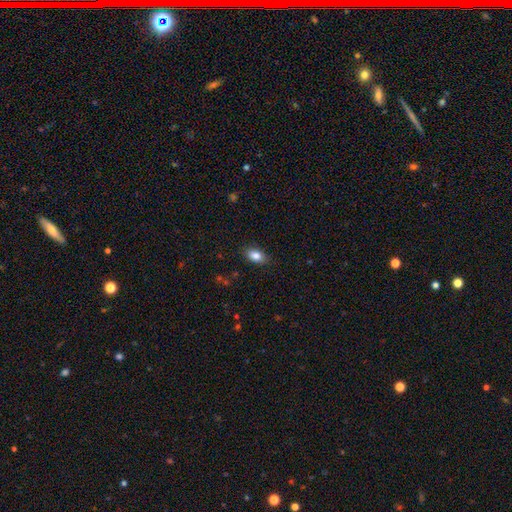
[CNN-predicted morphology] smooth_or_featured: smooth (p=0.85) [alt: star or artifact p=0.08]
how_rounded: in between (p=0.89) [alt: round p=0.08]
merging: none (p=0.86) [alt: minor disturbance p=0.10]